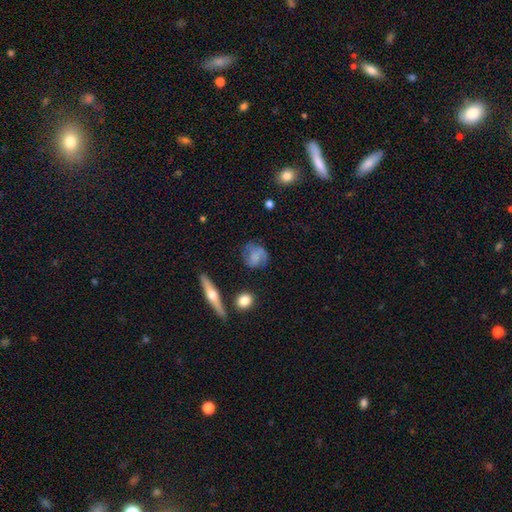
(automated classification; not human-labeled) Smooth or featured? smooth (49%)
Merging? none (62%)